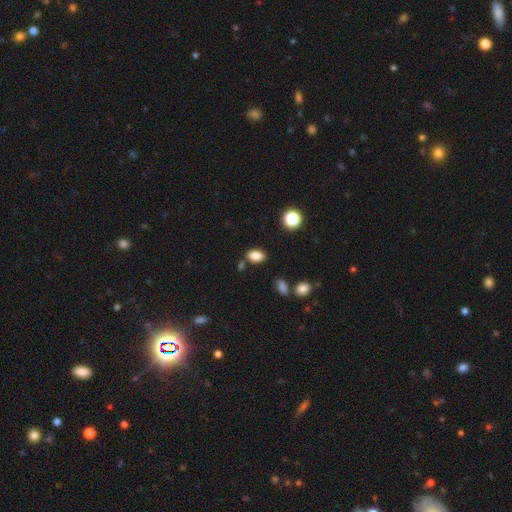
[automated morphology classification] smooth-or-featured: smooth: 84% | star or artifact: 11% | featured or disk: 5%
  how-rounded: in between: 84% | round: 14% | cigar-shaped: 2%
  merging: none: 79% | minor disturbance: 12% | merger: 7% | major disturbance: 3%